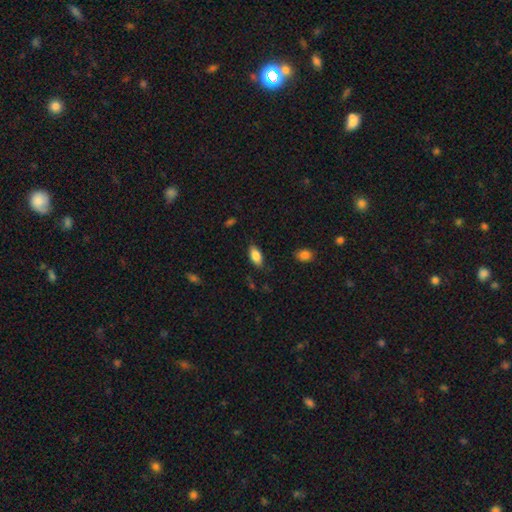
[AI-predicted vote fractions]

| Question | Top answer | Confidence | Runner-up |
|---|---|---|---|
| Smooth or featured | smooth | 85% | featured or disk (8%) |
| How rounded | in between | 90% | cigar-shaped (7%) |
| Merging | none | 82% | minor disturbance (13%) |